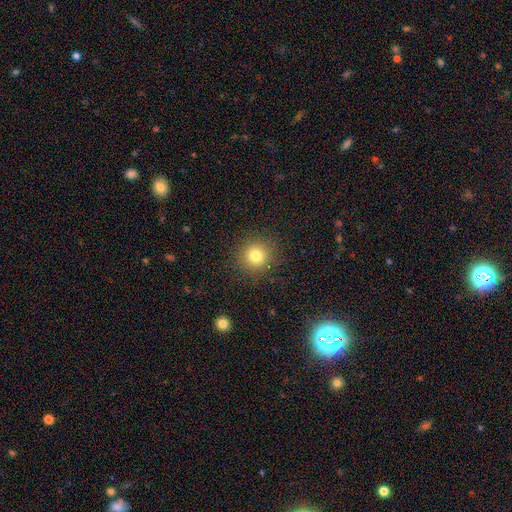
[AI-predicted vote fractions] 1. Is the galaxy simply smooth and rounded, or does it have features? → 79% smooth, 13% star or artifact, 7% featured or disk.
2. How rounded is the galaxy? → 93% round, 6% in between, 1% cigar-shaped.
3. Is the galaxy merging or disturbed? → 90% none, 6% minor disturbance, 3% major disturbance, 1% merger.